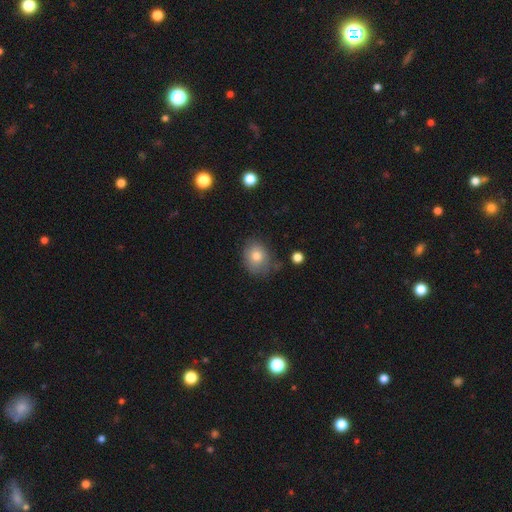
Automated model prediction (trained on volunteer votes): smooth-or-featured: smooth: 76% | featured or disk: 15% | star or artifact: 9%
  how-rounded: round: 52% | in between: 47% | cigar-shaped: 1%
  merging: none: 64% | minor disturbance: 26% | major disturbance: 7% | merger: 3%